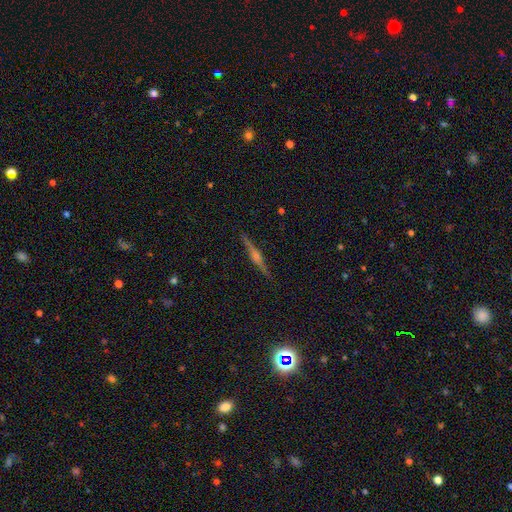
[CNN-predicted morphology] Smooth or featured?
  - featured or disk: 80% *
  - smooth: 12%
  - star or artifact: 8%
Edge-on disk?
  - yes: 98% *
  - no: 2%
Edge-on bulge?
  - rounded: 83% *
  - boxy: 11%
  - none: 6%
Merging?
  - none: 91% *
  - minor disturbance: 6%
  - major disturbance: 1%
  - merger: 1%